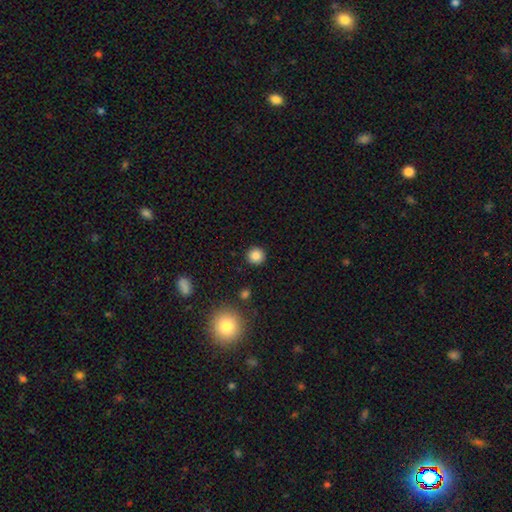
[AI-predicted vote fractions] The model was most divided on "smooth or featured": smooth: 85%, star or artifact: 11%, featured or disk: 4%. More confident: how rounded — round (94%); merging — none (91%).